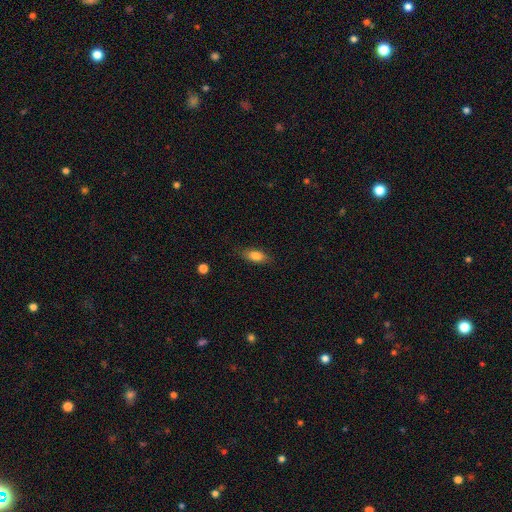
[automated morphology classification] This is clearly a smooth galaxy (81%). How rounded: clearly in between (81%). Merging: clearly none (84%).